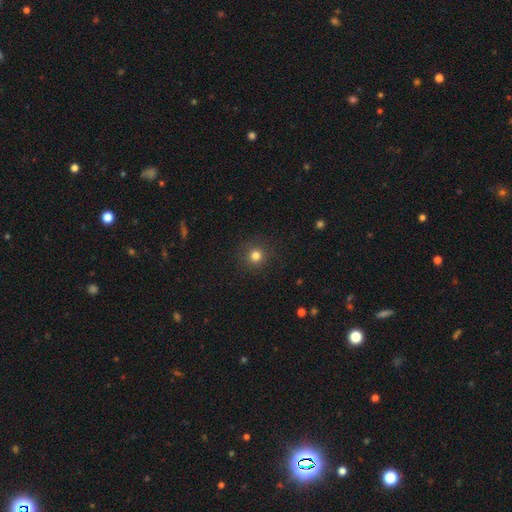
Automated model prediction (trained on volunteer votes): A smooth galaxy with no disk features (80%) that is round (93%). Merging: none (89%).